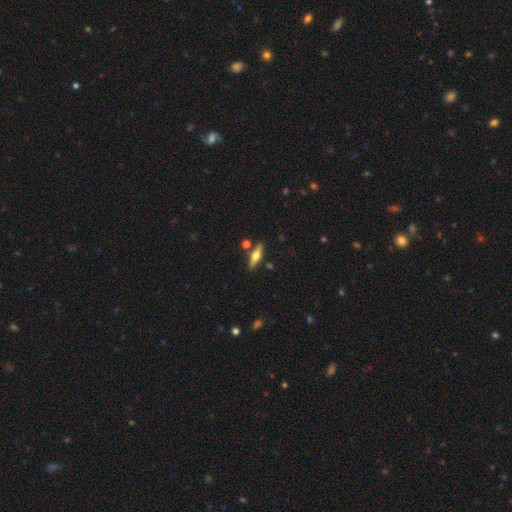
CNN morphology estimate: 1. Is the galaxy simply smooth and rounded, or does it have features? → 53% featured or disk, 40% smooth, 7% star or artifact.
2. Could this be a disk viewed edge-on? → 94% yes, 6% no.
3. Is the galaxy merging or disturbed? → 82% none, 10% minor disturbance, 6% merger, 2% major disturbance.